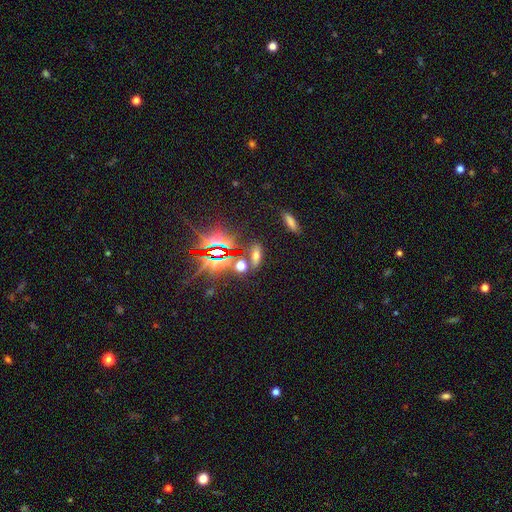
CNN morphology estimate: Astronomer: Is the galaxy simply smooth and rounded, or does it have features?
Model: smooth — 49% (runner-up: star or artifact, 37%).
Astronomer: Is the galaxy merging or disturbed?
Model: none — 80%.